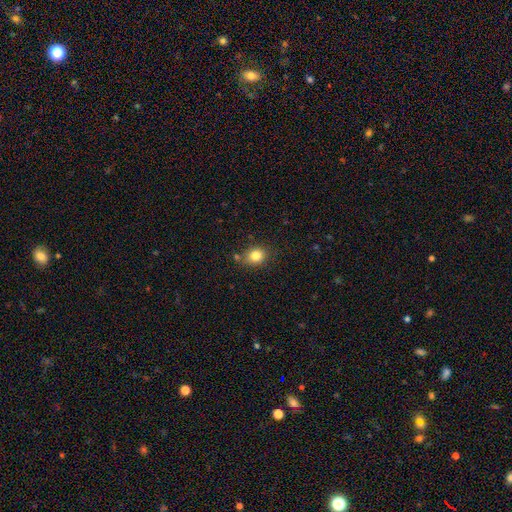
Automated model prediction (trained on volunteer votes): The model was most divided on "how rounded": round: 61%, in between: 38%, cigar-shaped: 1%. More confident: smooth or featured — smooth (83%); merging — none (77%).